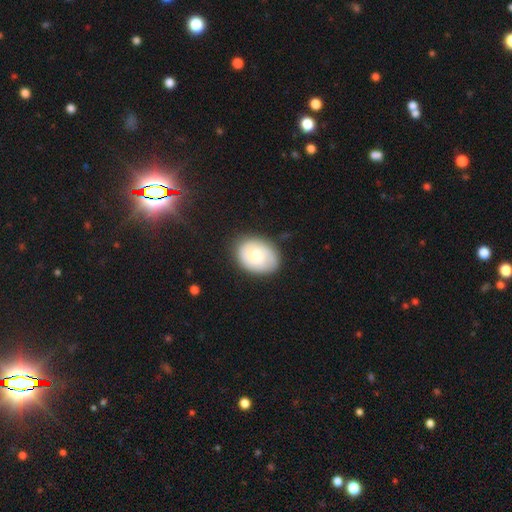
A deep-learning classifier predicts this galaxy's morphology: Overall: smooth (71%). How rounded: in between (72%). Merging: none (79%).